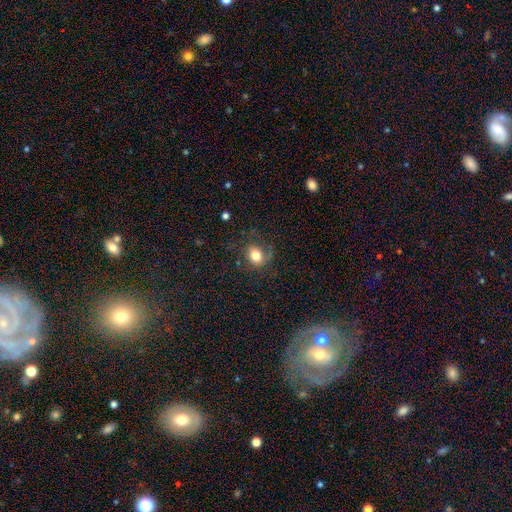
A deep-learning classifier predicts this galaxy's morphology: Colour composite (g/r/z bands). It shows a smooth galaxy with no disk features (74%) that is round (56%). Merging: none (67%).